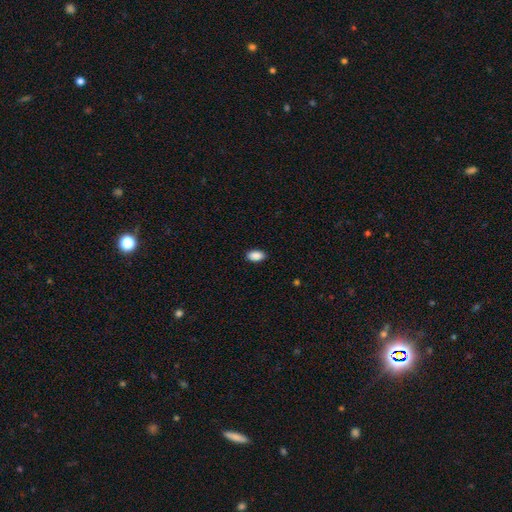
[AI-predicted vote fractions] Smooth or featured: smooth — 90% (star or artifact — 7%)
How rounded: in between — 93% (round — 5%)
Merging: none — 89% (minor disturbance — 9%)